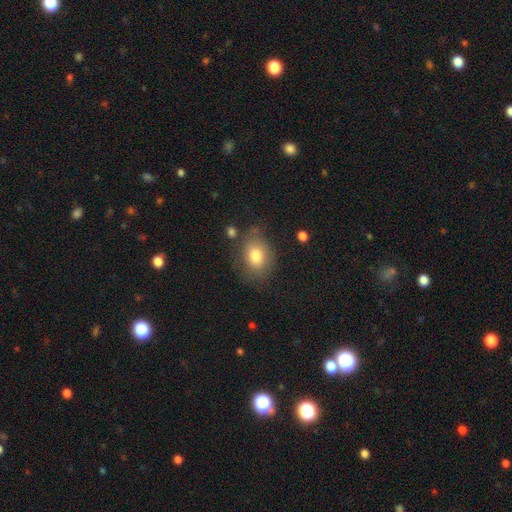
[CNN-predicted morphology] This is likely a smooth galaxy (79%). How rounded: likely in between (65%). Merging: likely none (69%).